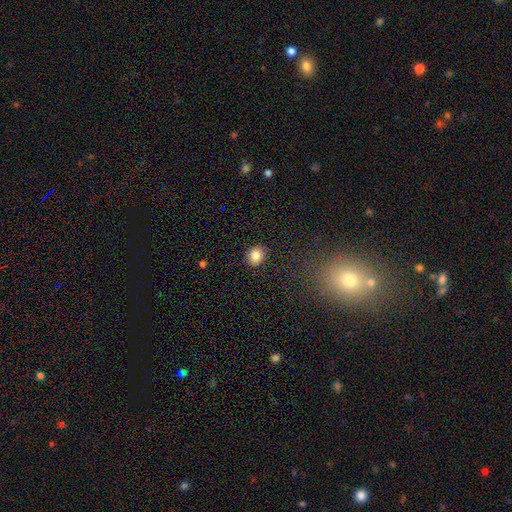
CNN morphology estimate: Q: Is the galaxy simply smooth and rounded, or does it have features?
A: smooth — 84%.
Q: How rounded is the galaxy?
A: round — 65%.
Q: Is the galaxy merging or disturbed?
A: none — 90%.